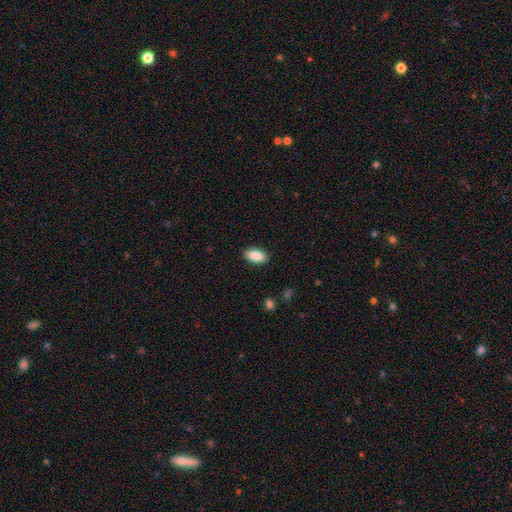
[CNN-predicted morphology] The model was most divided on "merging": none: 89%, minor disturbance: 8%, major disturbance: 2%, merger: 1%. More confident: how rounded — in between (93%); smooth or featured — smooth (89%).